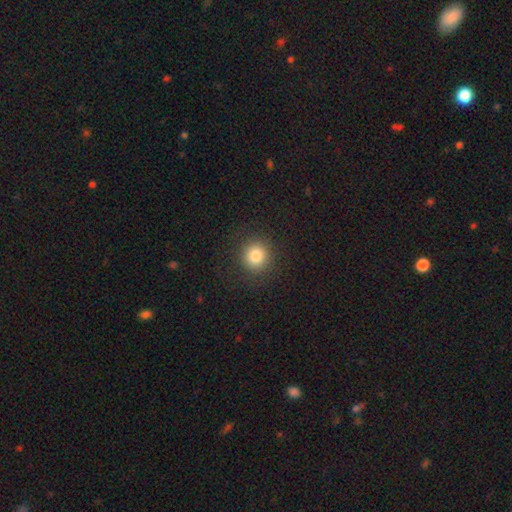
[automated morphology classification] type=smooth (82%); roundness=round (92%); merging=none (90%).